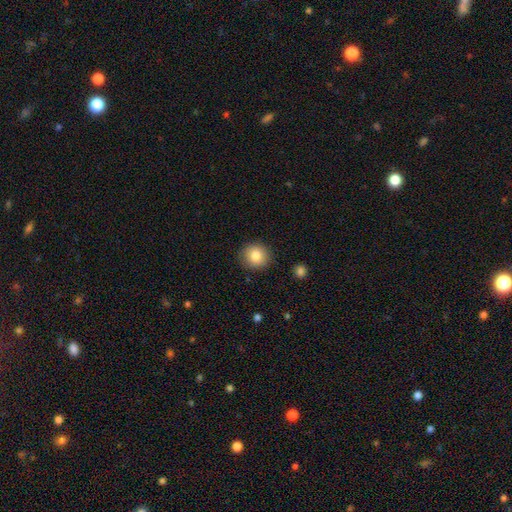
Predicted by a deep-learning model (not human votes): A smooth galaxy with no disk features (82%) that is round (89%). Merging: none (90%).